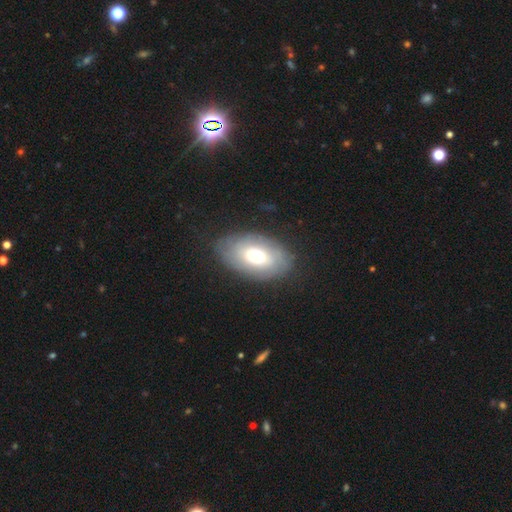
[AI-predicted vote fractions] Overall: smooth (58%; featured or disk 35%). How rounded: in between (93%). Merging: none (75%).